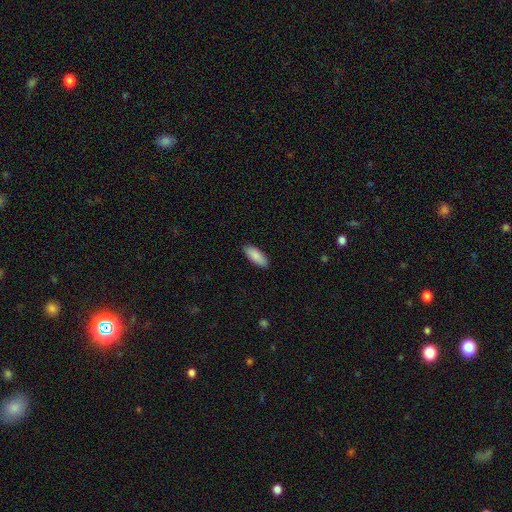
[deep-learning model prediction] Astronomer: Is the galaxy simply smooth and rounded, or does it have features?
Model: smooth — 89%.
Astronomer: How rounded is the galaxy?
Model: in between — 74%.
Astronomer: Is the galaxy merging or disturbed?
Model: none — 90%.